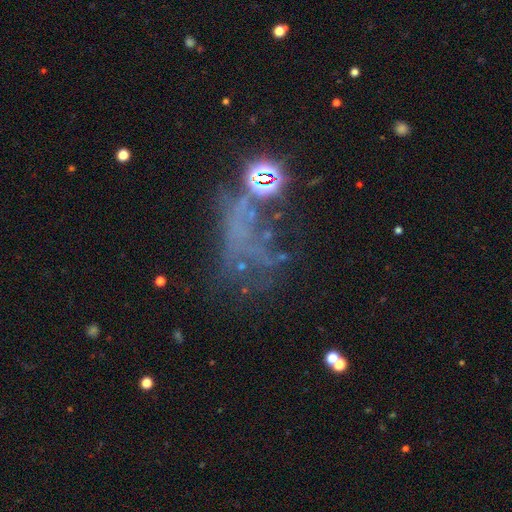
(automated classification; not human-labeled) The model was most divided on "smooth or featured": star or artifact: 44%, featured or disk: 34%, smooth: 22%.